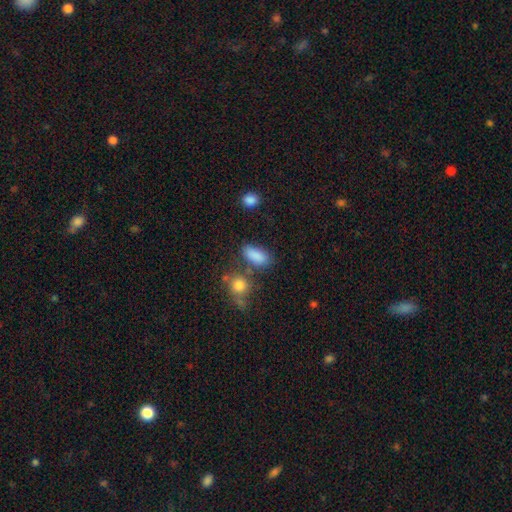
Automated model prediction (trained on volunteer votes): Morphology: type=smooth (85%); roundness=in between (85%); merging=none (61%).